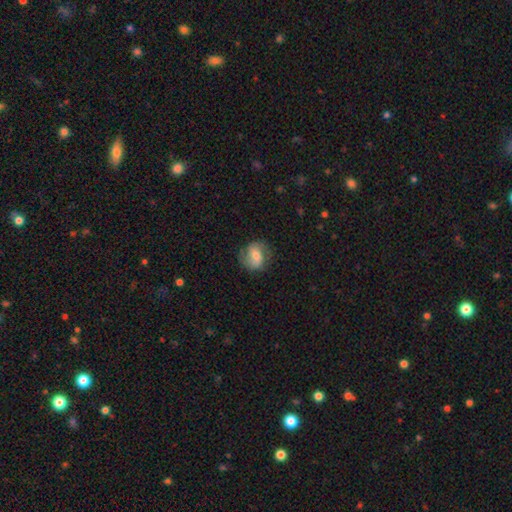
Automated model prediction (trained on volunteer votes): featured or disk 51%, smooth 42%, star or artifact 8%. Down the decision tree: edge-on disk — no (97%); merging — none (74%).